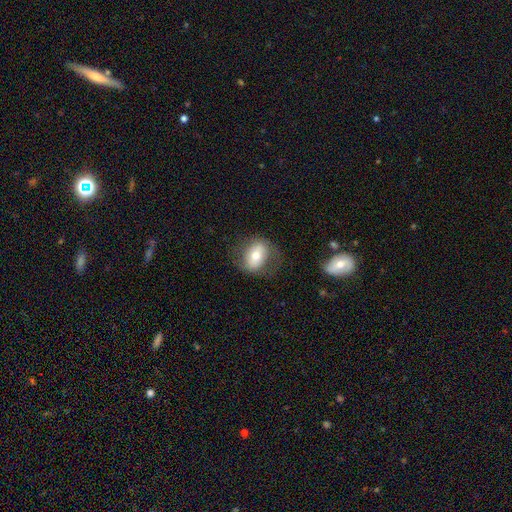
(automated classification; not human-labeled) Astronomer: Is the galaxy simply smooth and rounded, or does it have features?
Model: smooth — 56% (runner-up: featured or disk, 36%).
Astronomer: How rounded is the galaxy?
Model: in between — 74%.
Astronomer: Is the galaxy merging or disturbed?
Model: none — 66%.